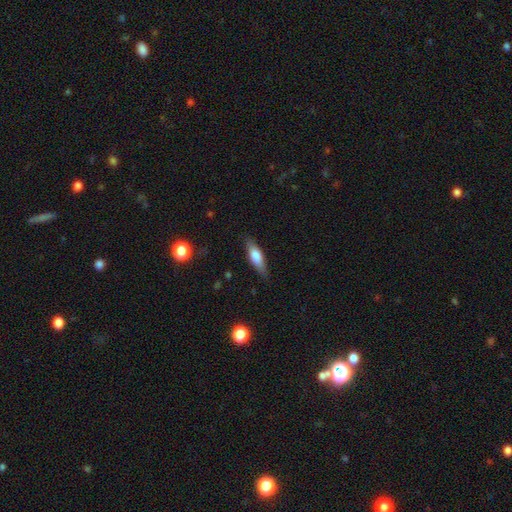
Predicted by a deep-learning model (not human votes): A smooth galaxy with no disk features (61%) that is cigar-shaped (54%).

Vote fractions:
- Smooth or featured? smooth: 61% / featured or disk: 33% / star or artifact: 7%
- How rounded? cigar-shaped: 54% / in between: 43% / round: 2%
- Merging? none: 83% / minor disturbance: 13% / major disturbance: 3% / merger: 1%